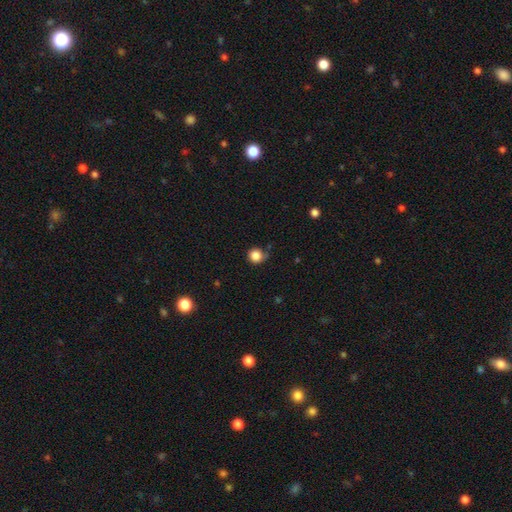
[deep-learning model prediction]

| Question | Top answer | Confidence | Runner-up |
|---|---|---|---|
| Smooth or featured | smooth | 84% | star or artifact (11%) |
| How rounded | round | 91% | in between (8%) |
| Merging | none | 70% | minor disturbance (22%) |